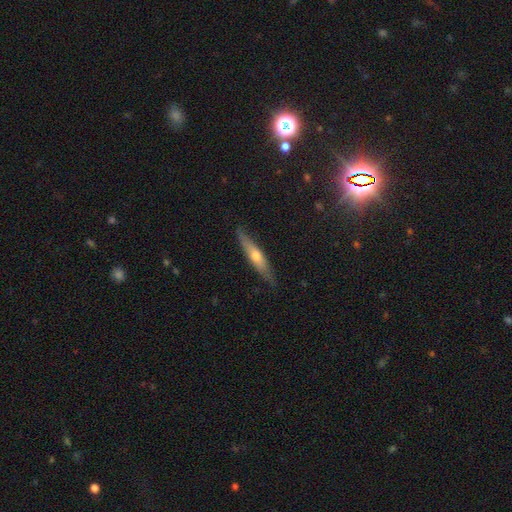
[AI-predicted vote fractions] Morphology: type=featured or disk (54%); edge-on=yes (90%); merging=none (85%).